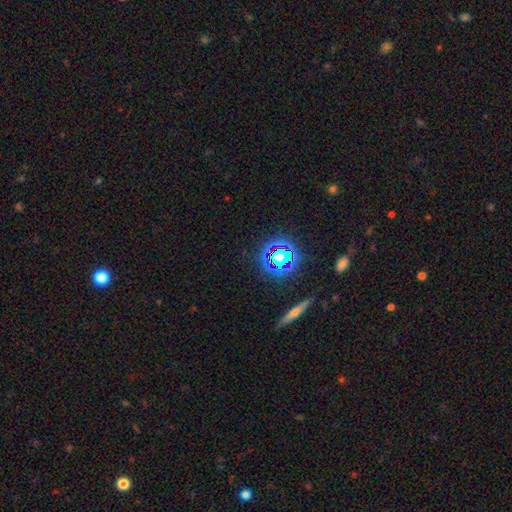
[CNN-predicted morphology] Smooth or featured?
  - star or artifact: 68% *
  - smooth: 19%
  - featured or disk: 13%